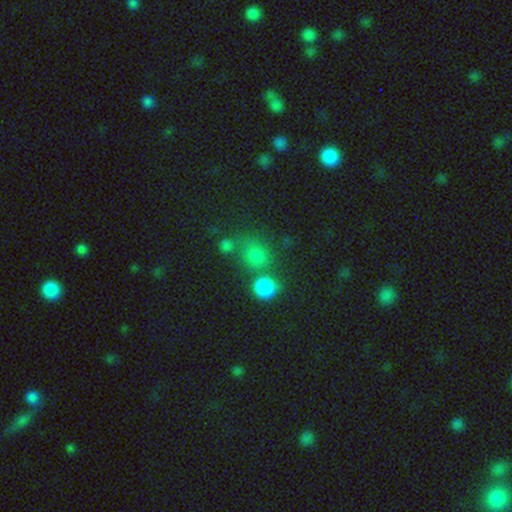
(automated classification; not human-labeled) smooth-or-featured: smooth: 75% | star or artifact: 18% | featured or disk: 6%
  how-rounded: round: 80% | in between: 19% | cigar-shaped: 1%
  merging: none: 59% | merger: 22% | minor disturbance: 12% | major disturbance: 7%